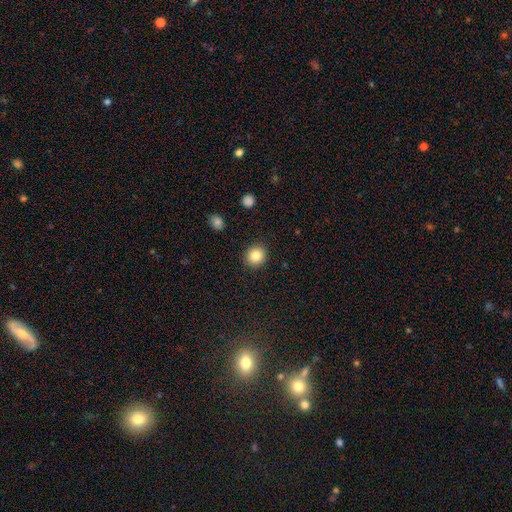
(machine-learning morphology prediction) Overall: smooth (84%). How rounded: round (86%). Merging: none (91%).